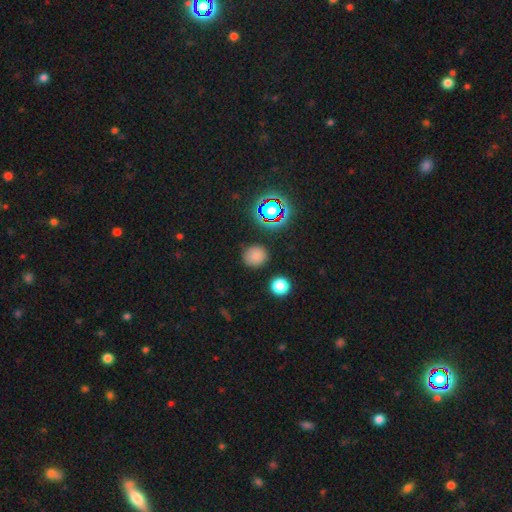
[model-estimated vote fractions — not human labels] smooth 76%, star or artifact 18%, featured or disk 6%. Down the decision tree: how rounded — round (87%); merging — none (86%).